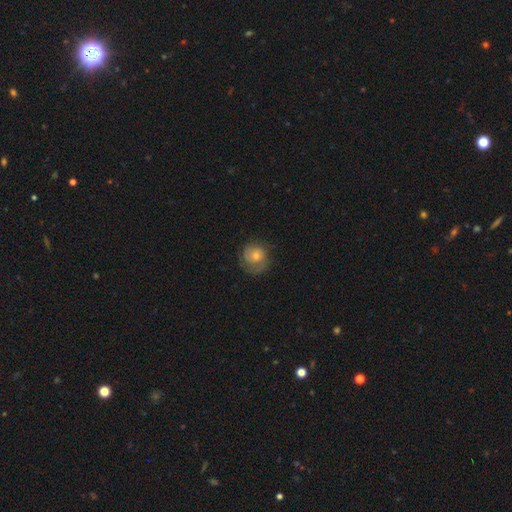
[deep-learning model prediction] Smooth or featured? smooth (48%)
Merging? none (66%)